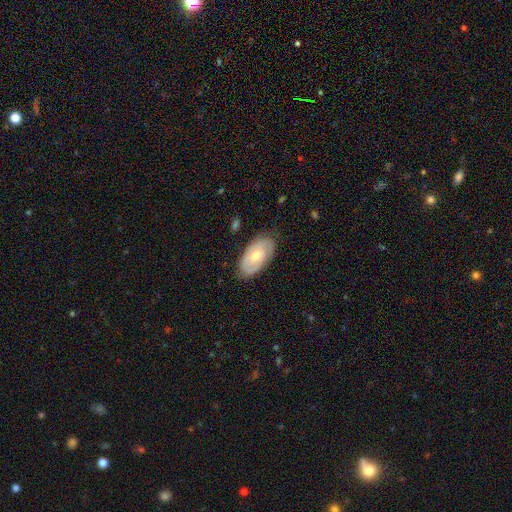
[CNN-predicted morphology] Smooth or featured: featured or disk — 53% (smooth — 41%)
Edge-on disk: no — 90% (yes — 10%)
Merging: none — 80% (minor disturbance — 15%)